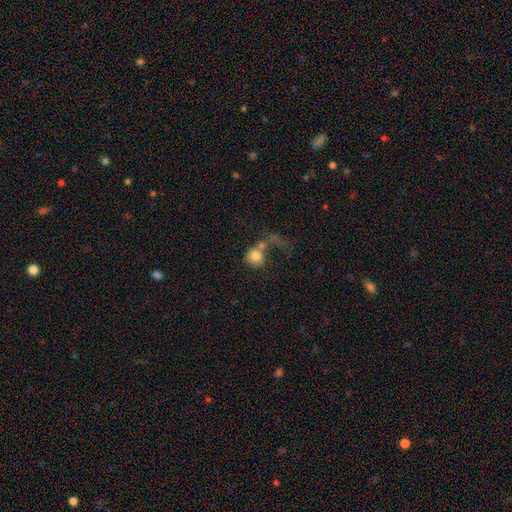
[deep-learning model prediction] A smooth galaxy with no disk features (73%) that is round (81%). Merging: merger (35%).